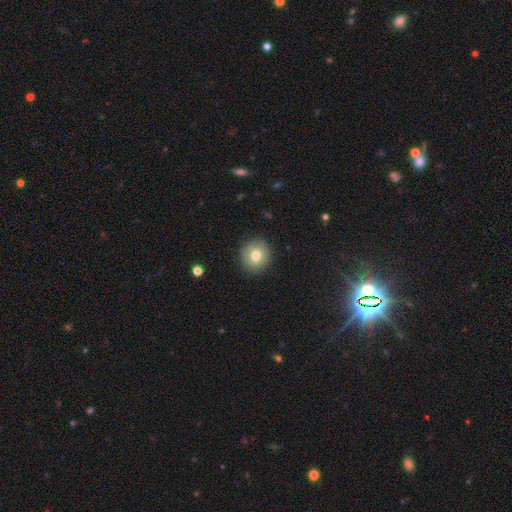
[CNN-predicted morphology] smooth_or_featured: smooth (p=0.74) [alt: featured or disk p=0.16]
how_rounded: round (p=0.92) [alt: in between p=0.07]
merging: none (p=0.89) [alt: minor disturbance p=0.08]